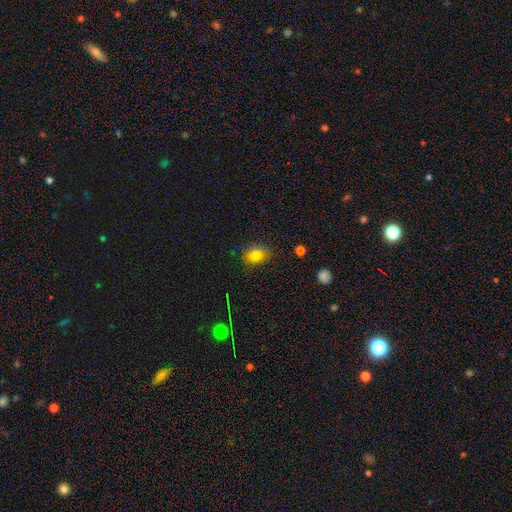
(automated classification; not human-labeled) A smooth galaxy with no disk features (69%) that is in between round and cigar-shaped (65%).

Vote fractions:
- Smooth or featured? smooth: 69% / star or artifact: 20% / featured or disk: 11%
- How rounded? in between: 65% / round: 33% / cigar-shaped: 2%
- Merging? none: 79% / minor disturbance: 16% / major disturbance: 4% / merger: 2%